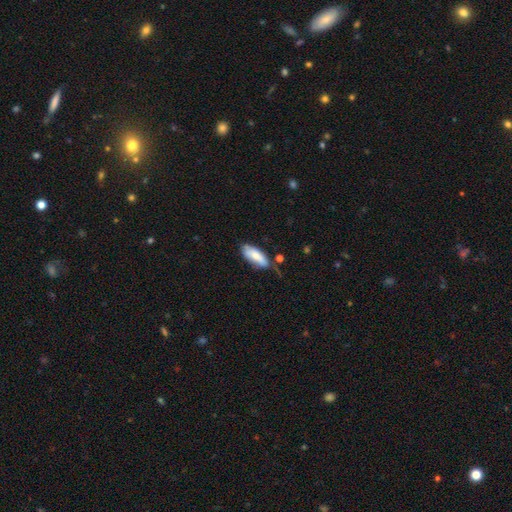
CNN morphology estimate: The model was most divided on "merging": none: 50%, minor disturbance: 33%, major disturbance: 10%, merger: 7%. More confident: how rounded — in between (76%); smooth or featured — smooth (73%).